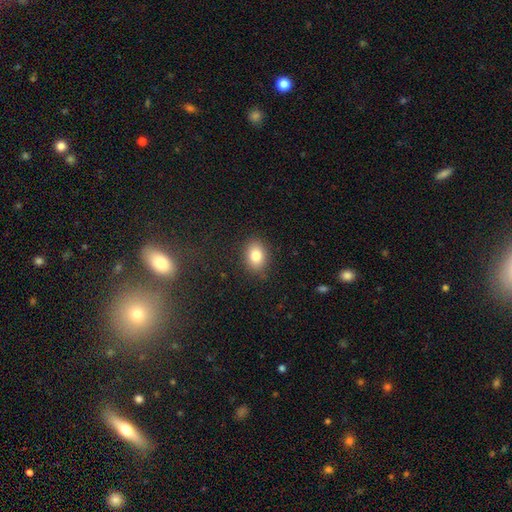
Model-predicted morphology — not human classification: Smooth or featured? smooth (83%)
How rounded? in between (71%)
Merging? none (87%)